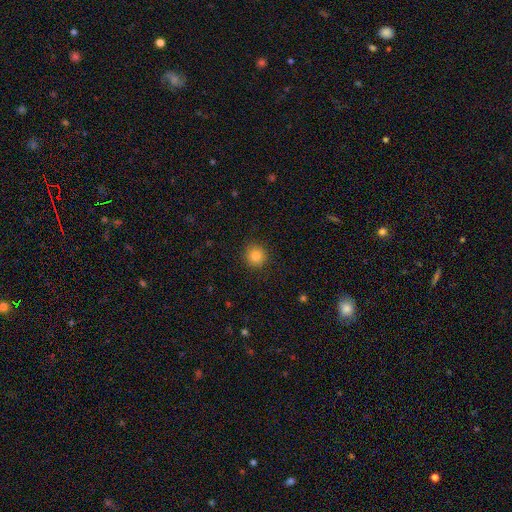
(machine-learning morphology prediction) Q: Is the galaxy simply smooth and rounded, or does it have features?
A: smooth — 83%.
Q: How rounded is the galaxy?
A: round — 93%.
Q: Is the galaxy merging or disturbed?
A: none — 91%.